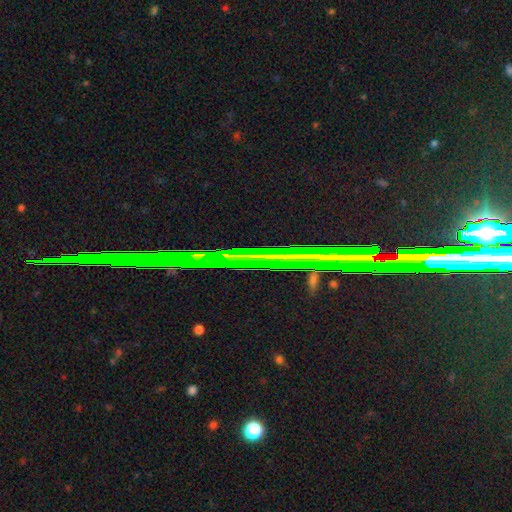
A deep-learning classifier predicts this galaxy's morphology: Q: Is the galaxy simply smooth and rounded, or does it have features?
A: star or artifact — 72%.